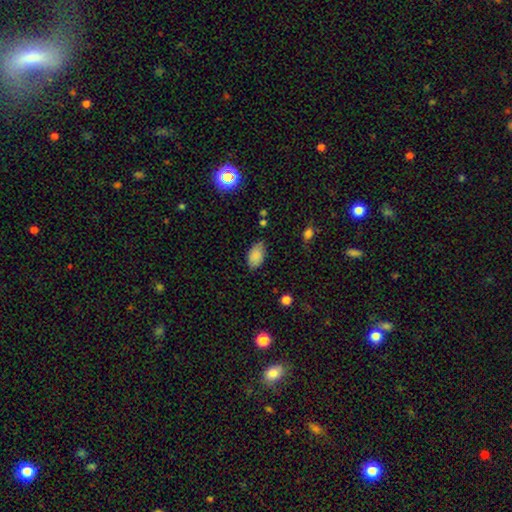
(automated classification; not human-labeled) smooth 84%, star or artifact 9%, featured or disk 7%. Down the decision tree: how rounded — in between (92%); merging — none (70%).